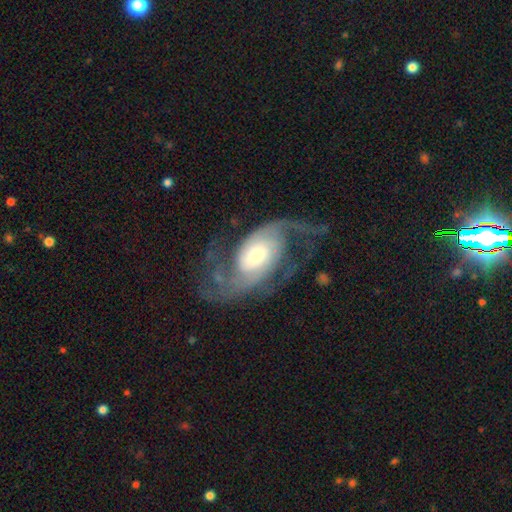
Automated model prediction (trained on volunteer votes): This appears to be a featured or disk galaxy (90%) with no bar (56%), 2 (86%) medium (45%) spiral arms (97%) and a moderate central bulge (45%). Merging: none (64%).